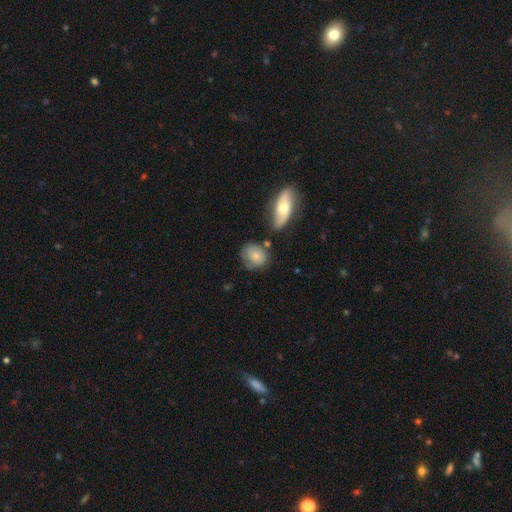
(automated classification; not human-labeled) smooth-or-featured: smooth: 70% | featured or disk: 23% | star or artifact: 7%
  how-rounded: round: 55% | in between: 43% | cigar-shaped: 2%
  merging: none: 54% | minor disturbance: 26% | merger: 10% | major disturbance: 9%